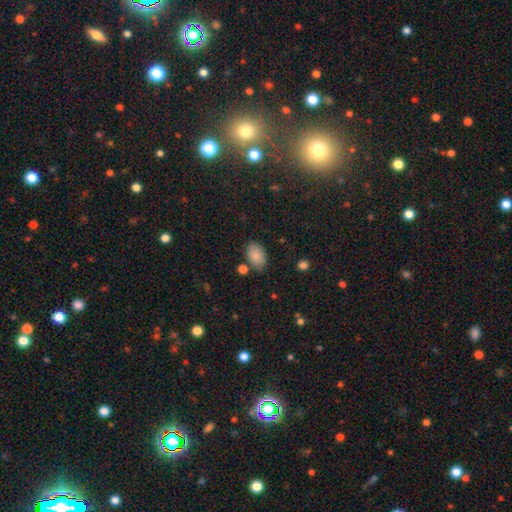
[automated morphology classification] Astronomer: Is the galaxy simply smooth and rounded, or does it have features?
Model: smooth — 85%.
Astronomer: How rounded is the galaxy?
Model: in between — 89%.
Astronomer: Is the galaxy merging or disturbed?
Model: none — 76%.